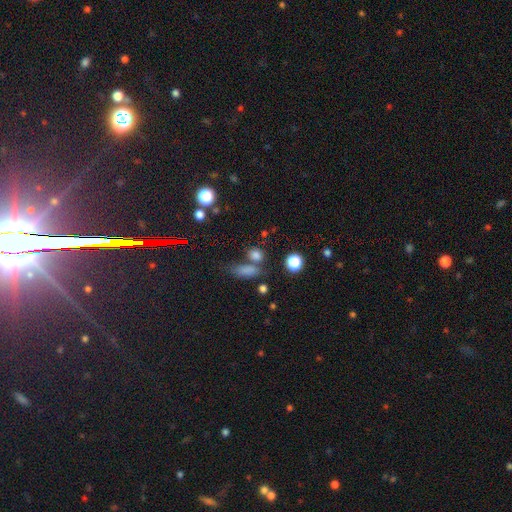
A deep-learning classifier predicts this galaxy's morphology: type=smooth (77%); roundness=in between (46%); merging=none (64%).